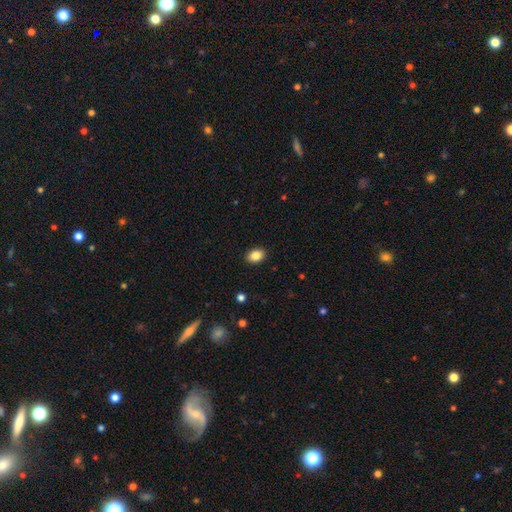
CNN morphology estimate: Smooth or featured?
  - smooth: 86% *
  - star or artifact: 9%
  - featured or disk: 6%
How rounded?
  - in between: 77% *
  - round: 22%
  - cigar-shaped: 1%
Merging?
  - none: 90% *
  - minor disturbance: 7%
  - major disturbance: 2%
  - merger: 1%